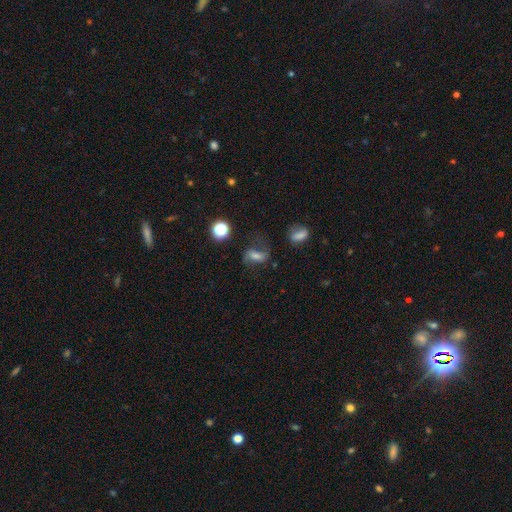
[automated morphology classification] type=featured or disk (44%); merging=none (53%).